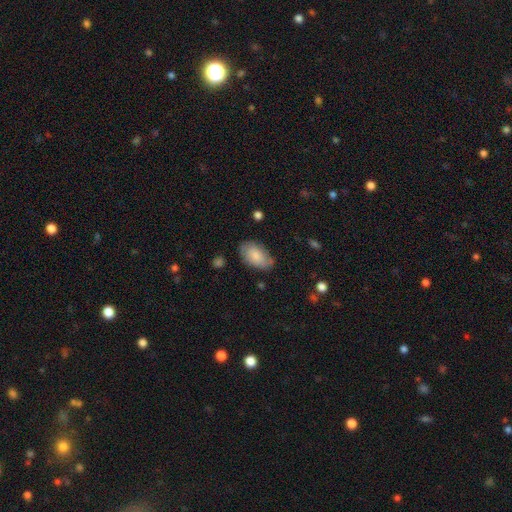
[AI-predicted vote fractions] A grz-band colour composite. It shows a smooth galaxy with no disk features (75%) that is in between round and cigar-shaped (93%). Merging: none (68%).